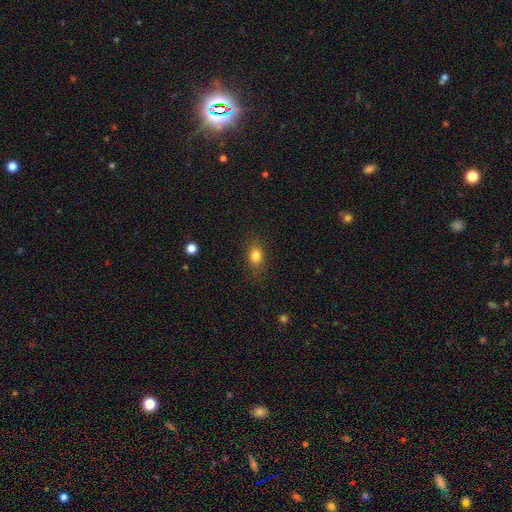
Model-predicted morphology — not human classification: Smooth or featured? smooth (83%)
How rounded? in between (64%)
Merging? none (83%)